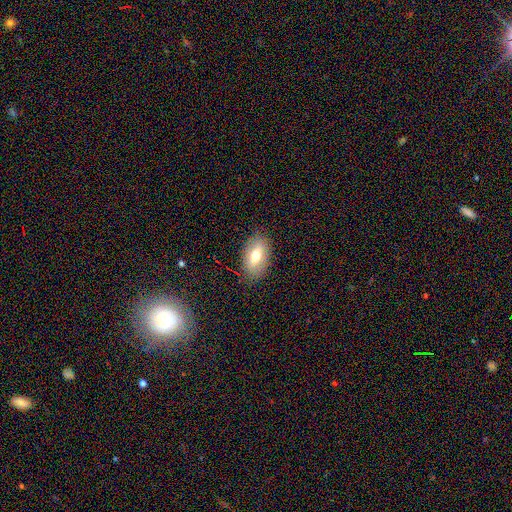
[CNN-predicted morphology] The model was most divided on "smooth or featured": smooth: 63%, featured or disk: 29%, star or artifact: 8%. More confident: how rounded — in between (89%); merging — none (83%).